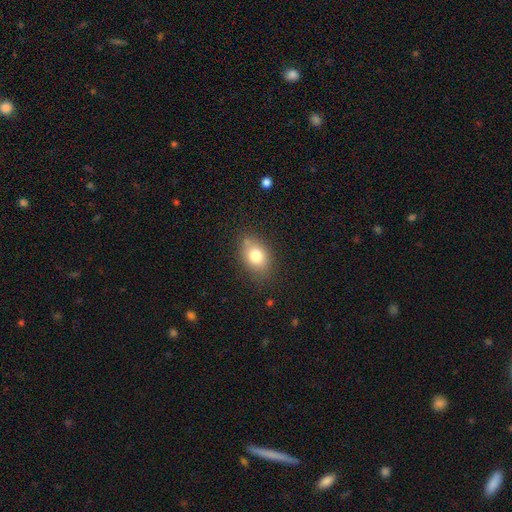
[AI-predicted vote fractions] smooth-or-featured: smooth: 79% | featured or disk: 12% | star or artifact: 9%
  how-rounded: in between: 75% | round: 24% | cigar-shaped: 1%
  merging: none: 74% | minor disturbance: 18% | major disturbance: 4% | merger: 4%